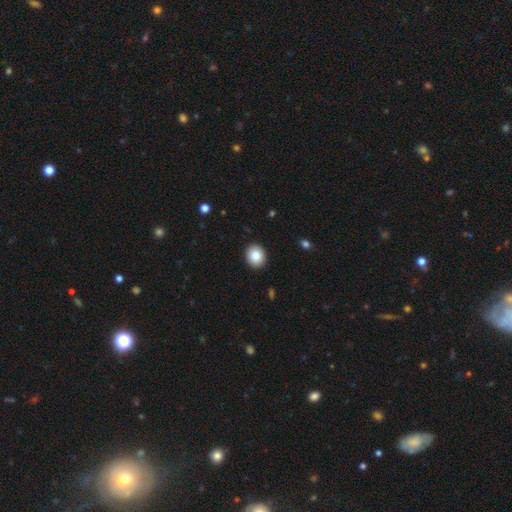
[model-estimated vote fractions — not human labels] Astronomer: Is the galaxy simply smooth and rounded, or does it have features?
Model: smooth — 85%.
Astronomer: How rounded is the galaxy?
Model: round — 72%.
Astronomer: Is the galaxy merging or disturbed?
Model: none — 92%.